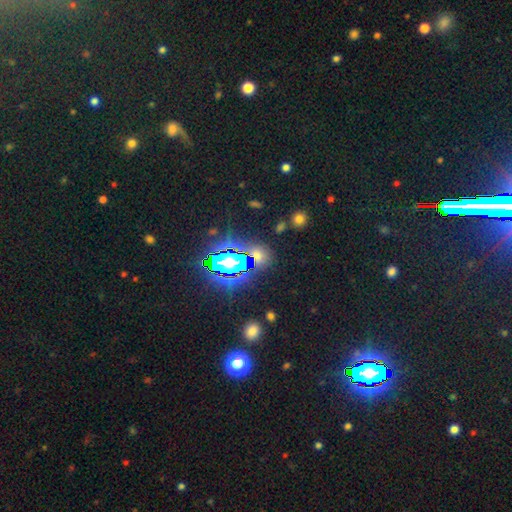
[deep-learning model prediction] Smooth or featured?
  - star or artifact: 64% *
  - smooth: 25%
  - featured or disk: 11%